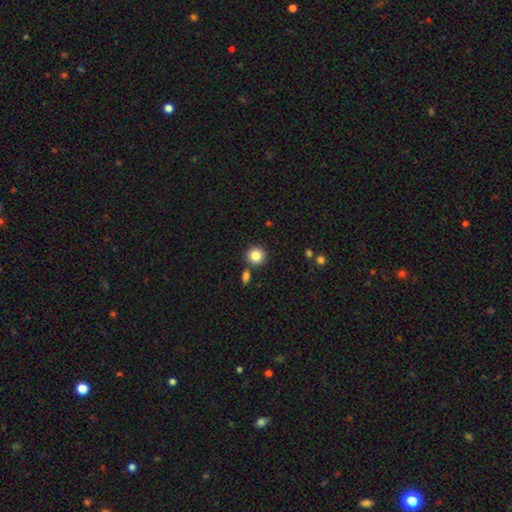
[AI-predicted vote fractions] This is clearly a smooth galaxy (85%). How rounded: clearly round (92%). Merging: clearly none (81%).